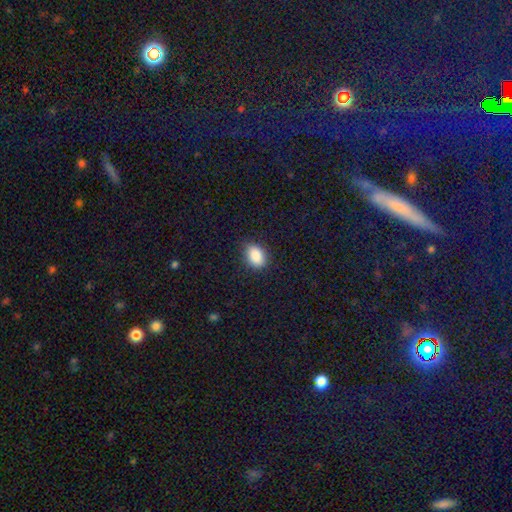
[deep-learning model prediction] This appears to be a smooth galaxy with no disk features (89%) that is in between round and cigar-shaped (85%). Merging: none (82%).